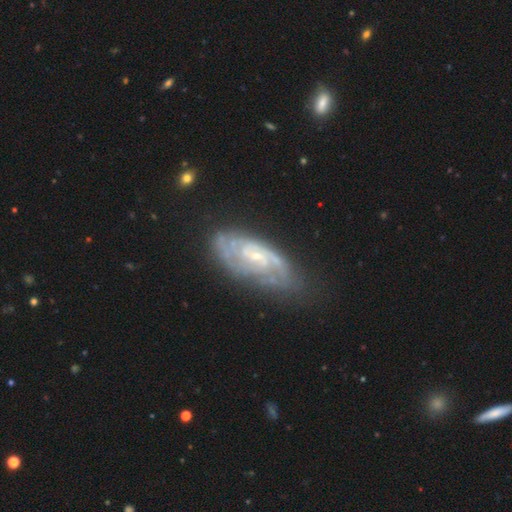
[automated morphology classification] Smooth or featured? Predicted: featured or disk (p=0.84). Edge-on disk? Predicted: no (p=0.93). Bar? Predicted: no (p=0.51). Spiral arms? Predicted: yes (p=0.92). Spiral winding? Predicted: tight (p=0.54). Spiral arm count? Predicted: 2 (p=0.39). Bulge size? Predicted: small (p=0.72). Merging? Predicted: none (p=0.66).